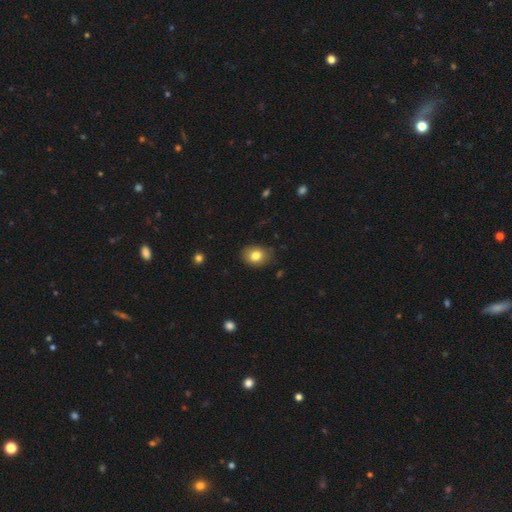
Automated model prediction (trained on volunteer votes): Smooth or featured? smooth (81%)
How rounded? in between (61%)
Merging? none (81%)